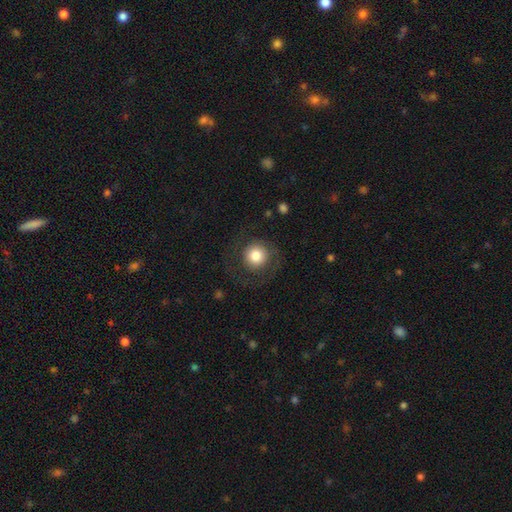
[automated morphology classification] smooth-or-featured: smooth: 73% | featured or disk: 19% | star or artifact: 8%
  how-rounded: round: 94% | in between: 5% | cigar-shaped: 1%
  merging: none: 71% | major disturbance: 15% | minor disturbance: 13% | merger: 1%